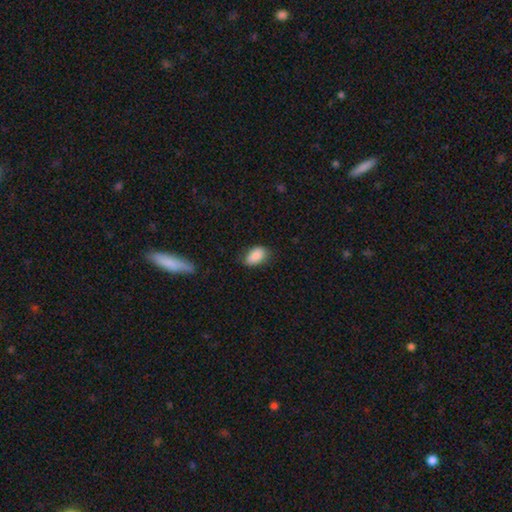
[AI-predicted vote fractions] smooth-or-featured: smooth: 88% | star or artifact: 7% | featured or disk: 4%
  how-rounded: in between: 91% | round: 7% | cigar-shaped: 2%
  merging: none: 72% | minor disturbance: 22% | major disturbance: 4% | merger: 1%